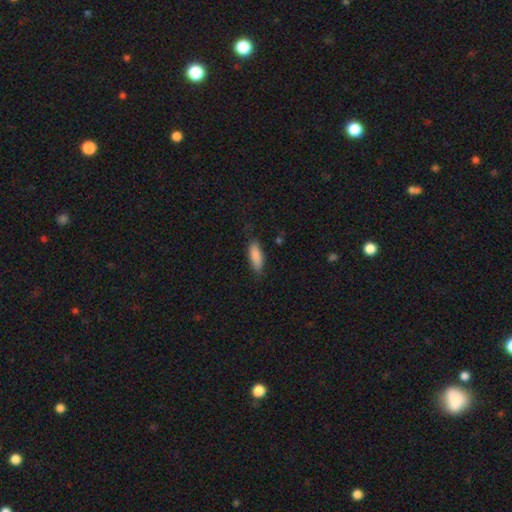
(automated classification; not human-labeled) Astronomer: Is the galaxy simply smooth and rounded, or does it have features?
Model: smooth — 86%.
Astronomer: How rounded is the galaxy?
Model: in between — 67%.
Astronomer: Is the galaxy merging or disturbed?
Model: none — 75%.